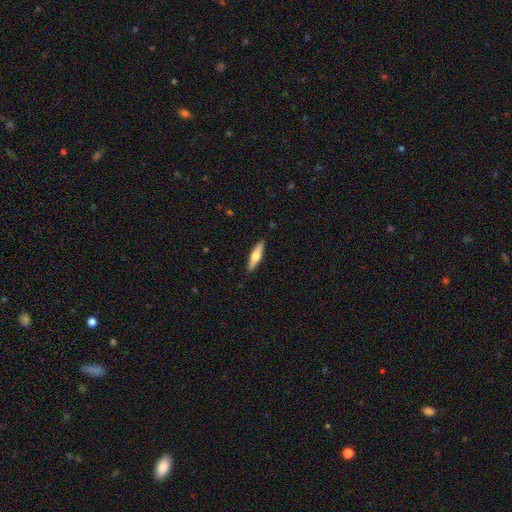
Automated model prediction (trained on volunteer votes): Morphology: type=smooth (54%); roundness=cigar-shaped (73%); merging=none (89%).